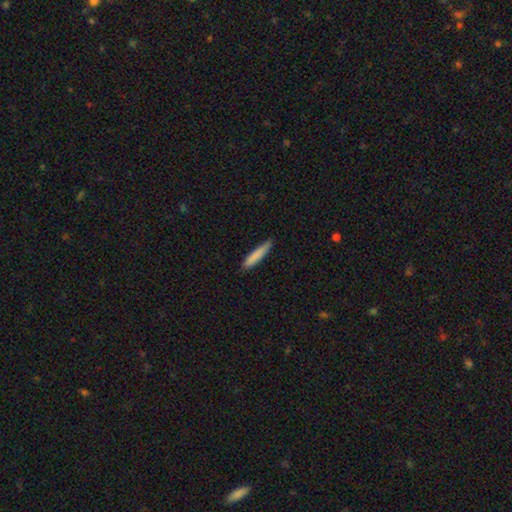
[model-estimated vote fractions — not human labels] Smooth or featured? smooth (83%)
How rounded? cigar-shaped (91%)
Merging? none (85%)